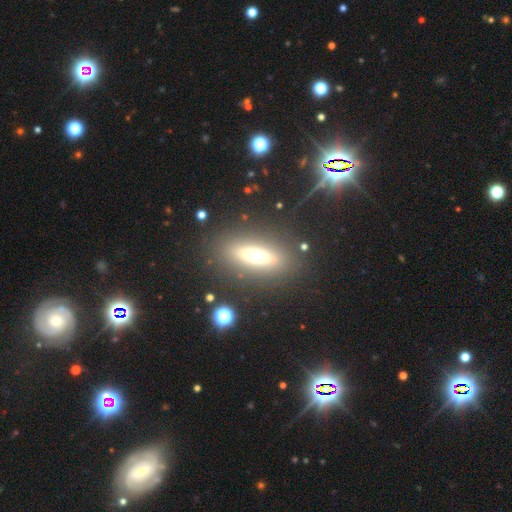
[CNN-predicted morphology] This appears to be a smooth galaxy with no disk features (44%). Merging: none (84%).